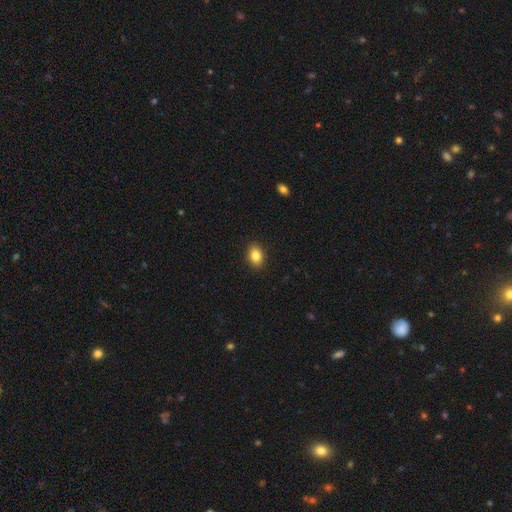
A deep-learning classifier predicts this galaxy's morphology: Smooth or featured: smooth — 85% (star or artifact — 9%)
How rounded: in between — 74% (round — 25%)
Merging: none — 90% (minor disturbance — 7%)